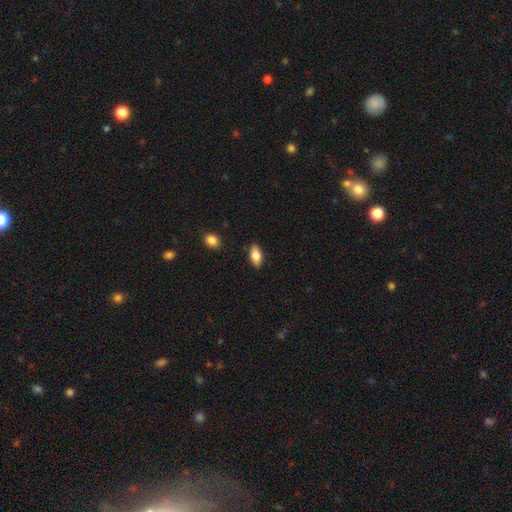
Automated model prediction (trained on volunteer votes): Smooth or featured? Predicted: smooth (p=0.81). How rounded? Predicted: in between (p=0.90). Merging? Predicted: none (p=0.86).